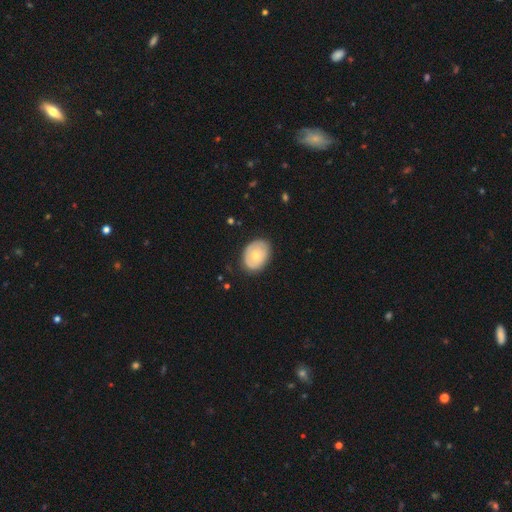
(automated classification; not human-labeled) Smooth or featured? Predicted: smooth (p=0.58). How rounded? Predicted: in between (p=0.70). Merging? Predicted: none (p=0.81).